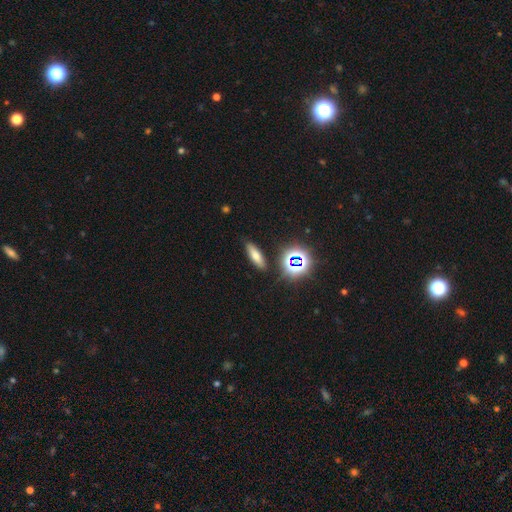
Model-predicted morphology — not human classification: type=smooth (65%); roundness=in between (48%); merging=none (86%).